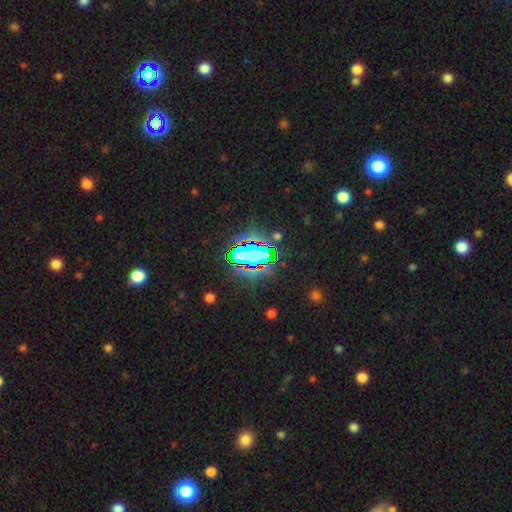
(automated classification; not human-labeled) Q: Smooth or featured?
A: star or artifact (71%); runner-up: smooth (15%)